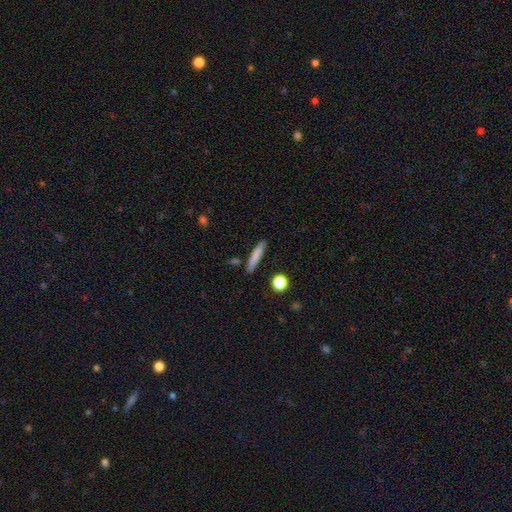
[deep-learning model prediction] A smooth galaxy with no disk features (77%) that is cigar-shaped (92%).

Vote fractions:
- Smooth or featured? smooth: 77% / featured or disk: 16% / star or artifact: 7%
- How rounded? cigar-shaped: 92% / in between: 6% / round: 2%
- Merging? none: 85% / minor disturbance: 9% / merger: 3% / major disturbance: 2%